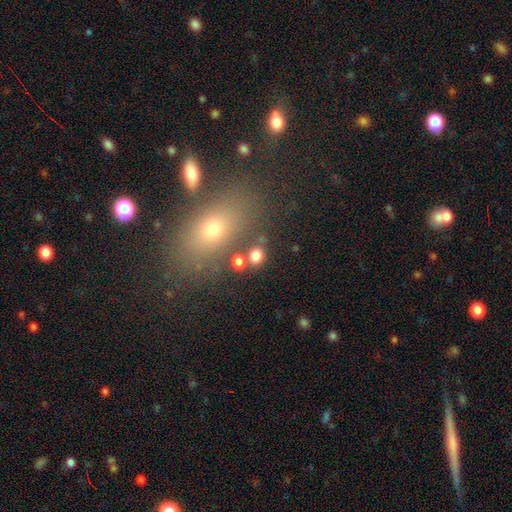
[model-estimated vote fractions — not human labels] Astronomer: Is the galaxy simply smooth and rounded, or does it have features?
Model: smooth — 78%.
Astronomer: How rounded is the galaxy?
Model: round — 59% (runner-up: in between, 39%).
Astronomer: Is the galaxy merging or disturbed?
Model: none — 72%.